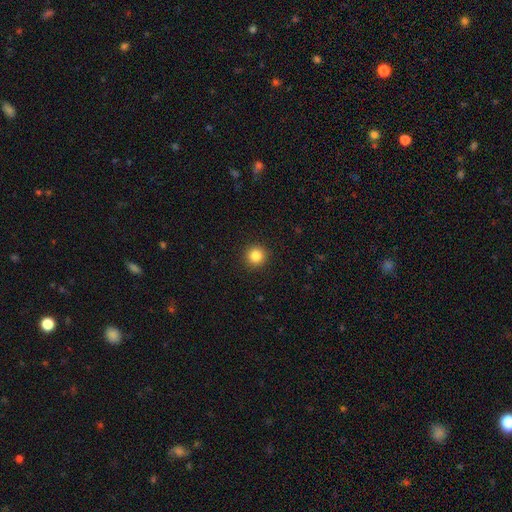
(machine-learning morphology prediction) This appears to be a smooth galaxy with no disk features (85%) that is round (95%). Merging: none (93%).